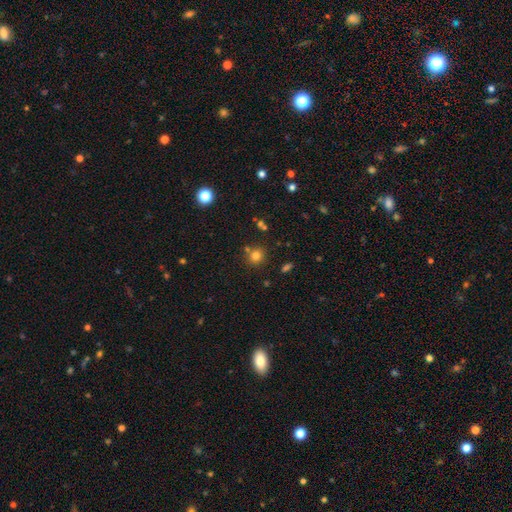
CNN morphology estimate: Smooth or featured: smooth — 76% (star or artifact — 17%)
How rounded: round — 86% (in between — 13%)
Merging: none — 76% (merger — 11%)